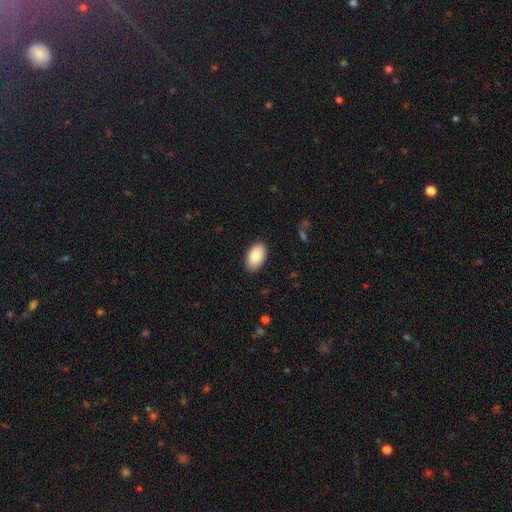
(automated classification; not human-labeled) Morphology: type=smooth (88%); roundness=in between (94%); merging=none (87%).